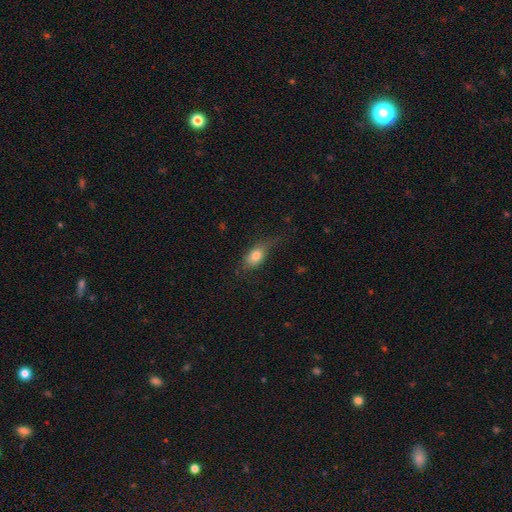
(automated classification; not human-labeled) smooth 78%, featured or disk 14%, star or artifact 8%. Down the decision tree: how rounded — in between (83%); merging — none (51%).